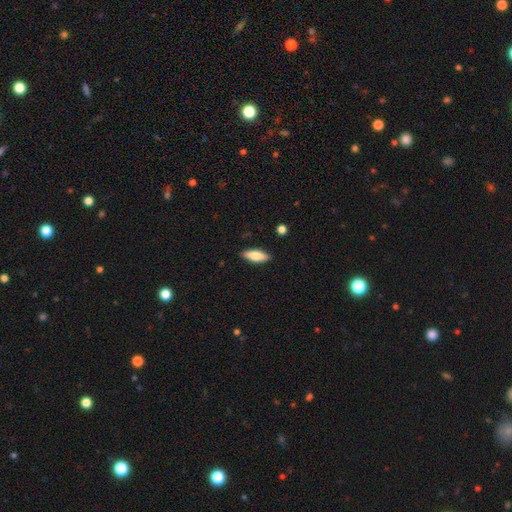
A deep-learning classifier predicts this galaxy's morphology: This is likely a smooth galaxy (73%). How rounded: likely in between (66%). Merging: clearly none (88%).